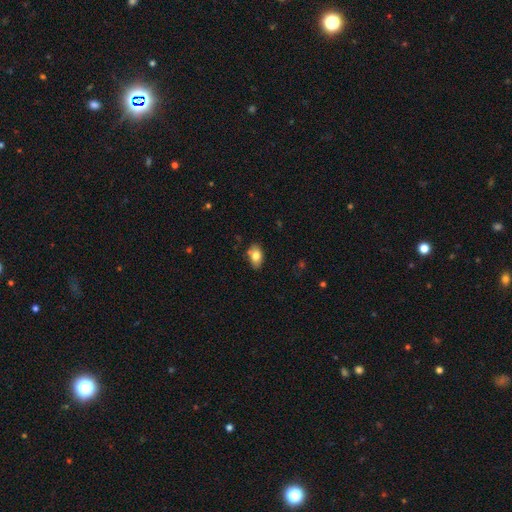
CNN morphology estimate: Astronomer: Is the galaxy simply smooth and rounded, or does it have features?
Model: smooth — 79%.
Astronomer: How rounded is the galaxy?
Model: in between — 88%.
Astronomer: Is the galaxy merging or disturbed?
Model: none — 77%.